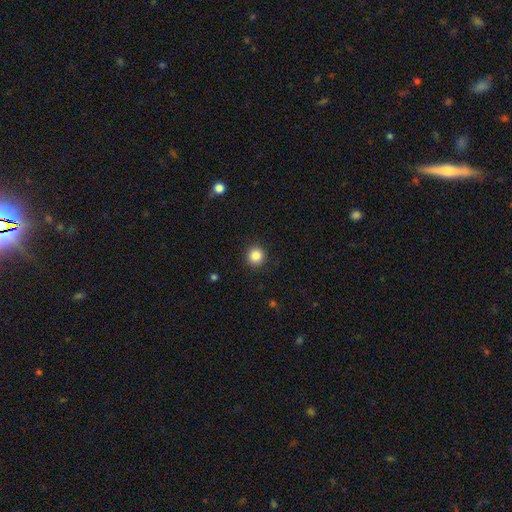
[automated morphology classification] This is clearly a smooth galaxy (86%). How rounded: clearly round (92%). Merging: clearly none (92%).